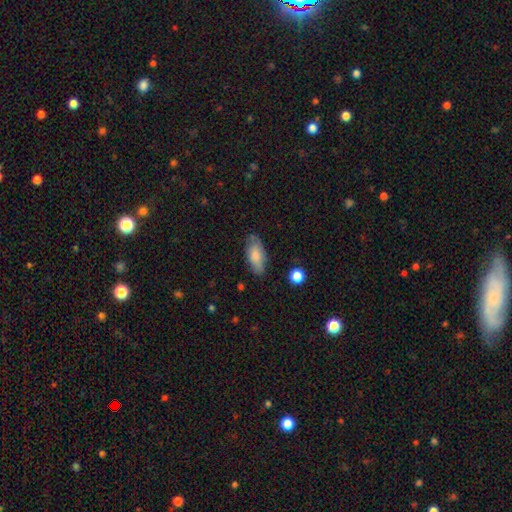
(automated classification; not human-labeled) This is likely a smooth galaxy (80%). How rounded: clearly in between (87%). Merging: likely none (76%).